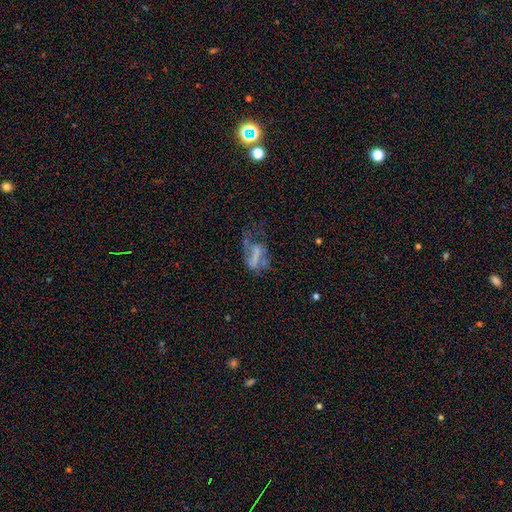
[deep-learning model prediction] This is possibly a featured or disk galaxy (50%). Merging: possibly major disturbance (50%).